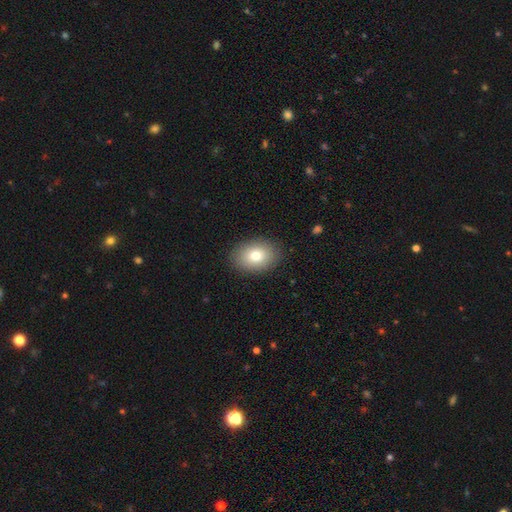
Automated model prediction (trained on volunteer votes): Smooth or featured?
  - smooth: 78% *
  - featured or disk: 13%
  - star or artifact: 9%
How rounded?
  - in between: 75% *
  - round: 24%
  - cigar-shaped: 1%
Merging?
  - none: 89% *
  - minor disturbance: 8%
  - major disturbance: 2%
  - merger: 1%